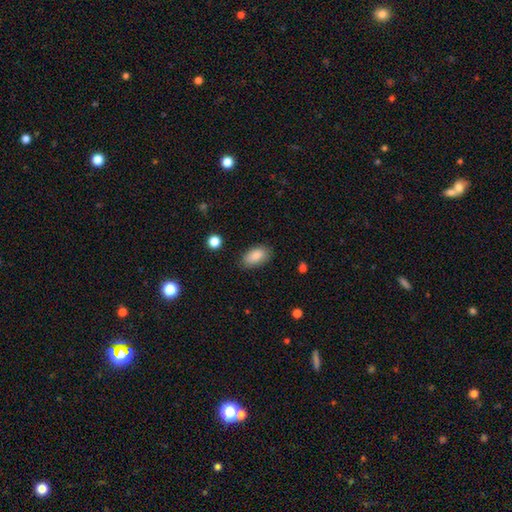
Smooth or featured?
  - smooth: 95% *
  - featured or disk: 5%
  - star or artifact: 0%
How rounded?
  - in between: 97% *
  - cigar-shaped: 3%
  - round: 0%
Merging?
  - none: 87% *
  - minor disturbance: 5%
  - major disturbance: 5%
  - merger: 3%